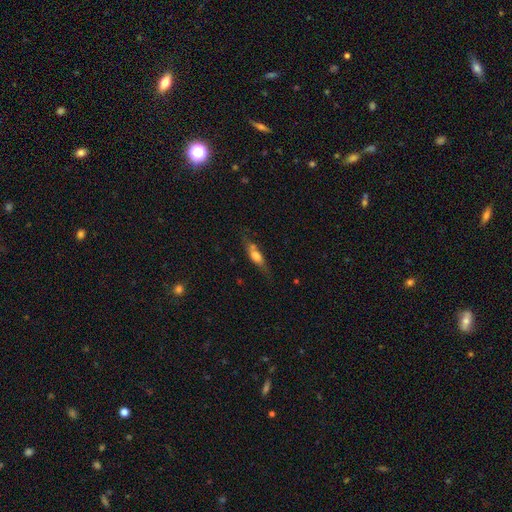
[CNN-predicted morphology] type=smooth (55%); roundness=cigar-shaped (55%); merging=none (63%).